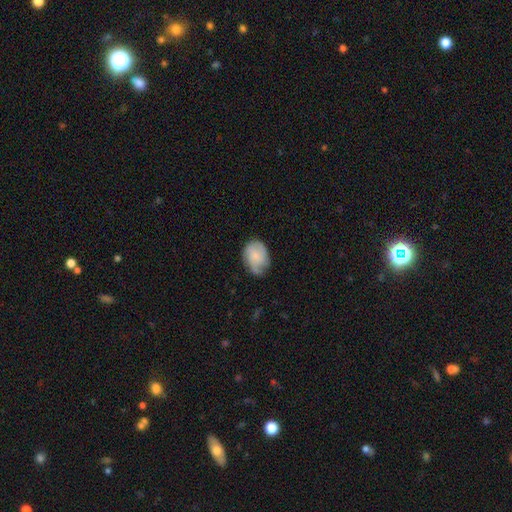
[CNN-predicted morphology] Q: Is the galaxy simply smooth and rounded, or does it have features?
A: smooth — 59%.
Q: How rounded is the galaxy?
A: in between — 70%.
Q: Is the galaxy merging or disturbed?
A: none — 54%.